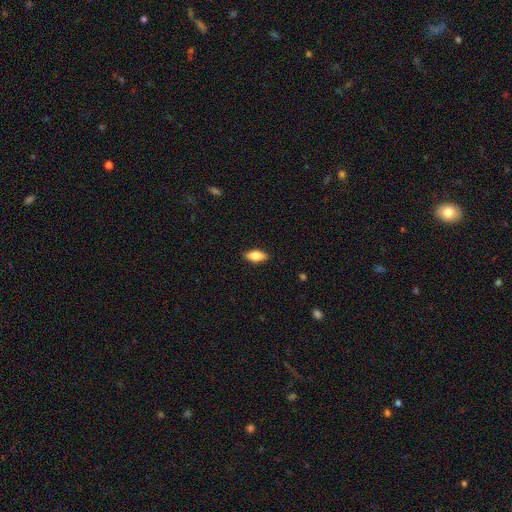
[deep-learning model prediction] A smooth galaxy with no disk features (75%) that is in between round and cigar-shaped (84%).

Vote fractions:
- Smooth or featured? smooth: 75% / featured or disk: 18% / star or artifact: 7%
- How rounded? in between: 84% / cigar-shaped: 12% / round: 3%
- Merging? none: 88% / minor disturbance: 9% / major disturbance: 2% / merger: 1%